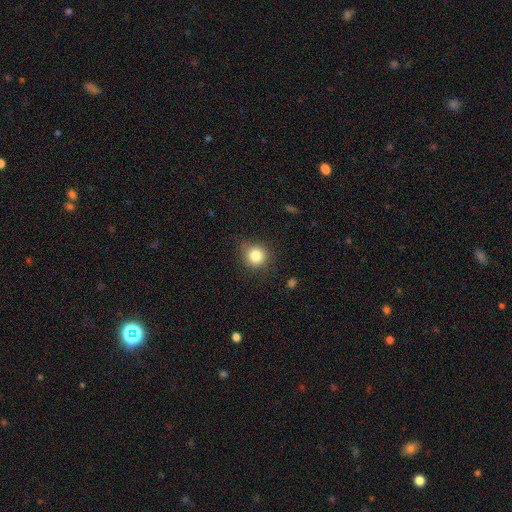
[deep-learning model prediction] Overall: smooth (83%). How rounded: round (89%). Merging: none (82%).